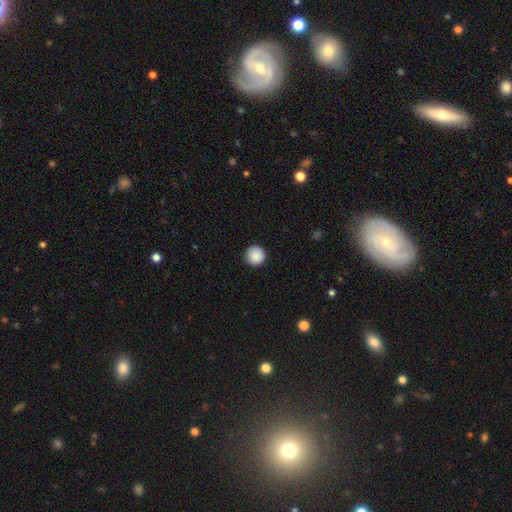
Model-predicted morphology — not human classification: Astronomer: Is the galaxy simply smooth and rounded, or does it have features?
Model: smooth — 88%.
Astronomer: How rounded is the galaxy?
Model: round — 96%.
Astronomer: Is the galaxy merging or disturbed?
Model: none — 92%.